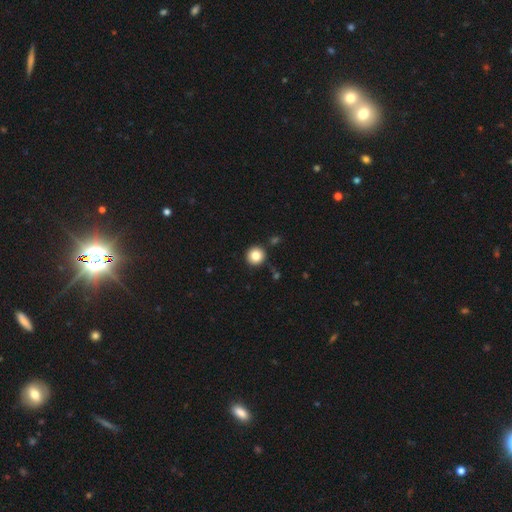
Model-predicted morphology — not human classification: This is clearly a smooth galaxy (83%). How rounded: clearly round (94%). Merging: clearly none (88%).